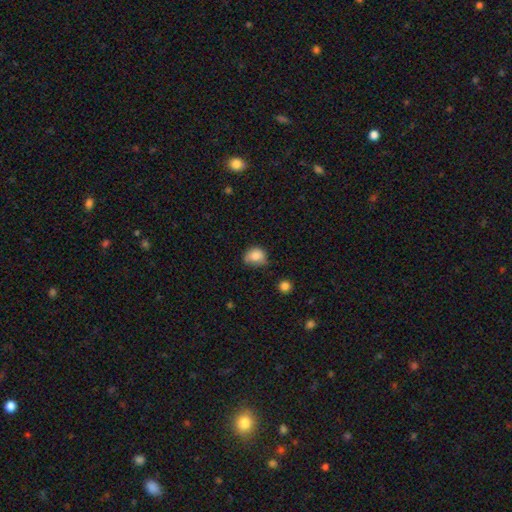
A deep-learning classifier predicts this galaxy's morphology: smooth_or_featured: smooth (p=0.82) [alt: star or artifact p=0.10]
how_rounded: round (p=0.57) [alt: in between p=0.42]
merging: none (p=0.53) [alt: minor disturbance p=0.36]